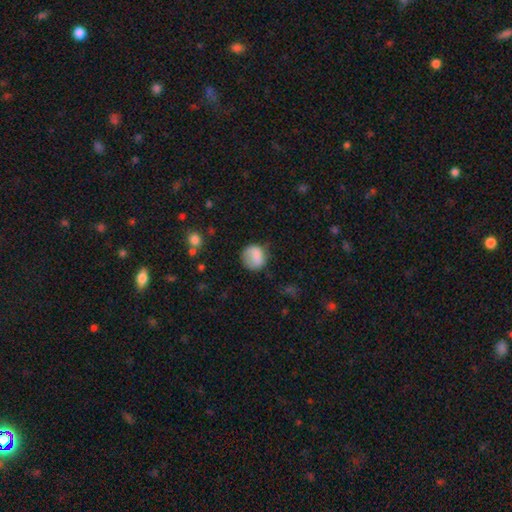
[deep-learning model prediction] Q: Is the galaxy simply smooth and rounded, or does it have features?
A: smooth — 81%.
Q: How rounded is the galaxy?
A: round — 82%.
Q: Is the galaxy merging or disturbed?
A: none — 64%.